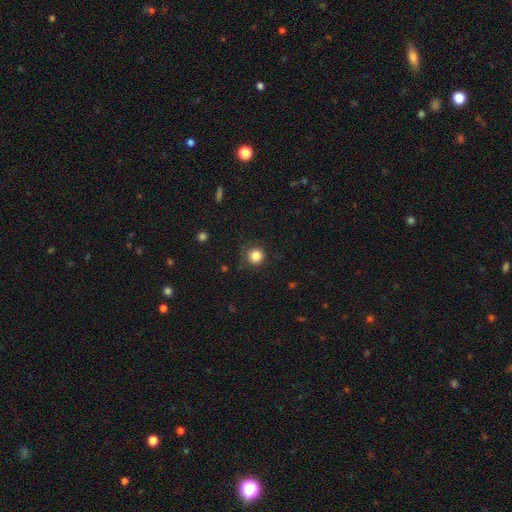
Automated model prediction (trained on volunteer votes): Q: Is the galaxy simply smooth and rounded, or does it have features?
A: smooth — 84%.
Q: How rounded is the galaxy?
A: round — 94%.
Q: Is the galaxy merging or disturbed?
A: none — 84%.